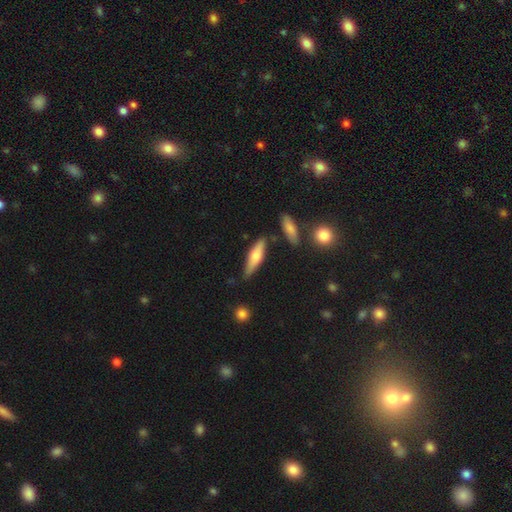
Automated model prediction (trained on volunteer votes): Smooth or featured? smooth (57%)
How rounded? cigar-shaped (65%)
Merging? none (78%)